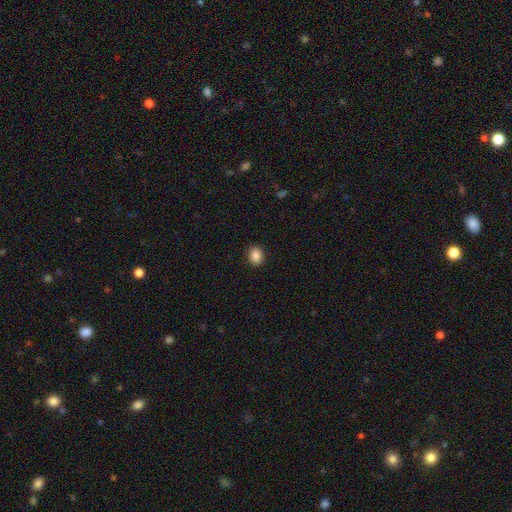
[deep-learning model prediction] smooth-or-featured: smooth: 87% | star or artifact: 9% | featured or disk: 5%
  how-rounded: in between: 55% | round: 44% | cigar-shaped: 1%
  merging: none: 90% | minor disturbance: 7% | major disturbance: 2% | merger: 1%